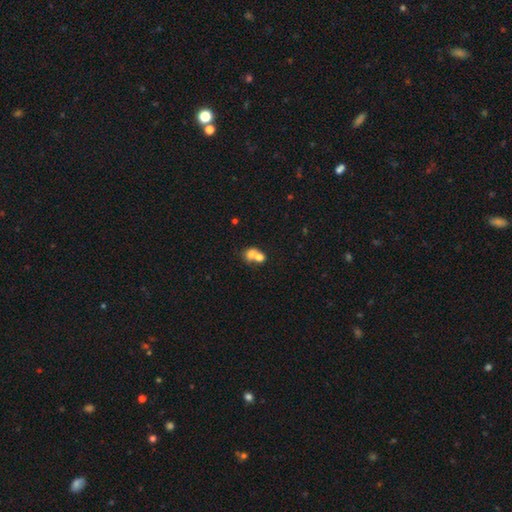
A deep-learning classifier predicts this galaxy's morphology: Smooth or featured? smooth (69%)
How rounded? in between (52%)
Merging? merger (71%)